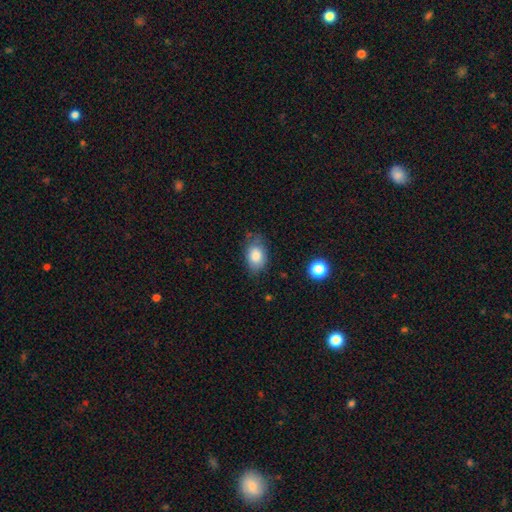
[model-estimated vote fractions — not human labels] smooth-or-featured: smooth: 84% | featured or disk: 9% | star or artifact: 8%
  how-rounded: in between: 85% | round: 14% | cigar-shaped: 1%
  merging: none: 67% | minor disturbance: 25% | major disturbance: 6% | merger: 2%